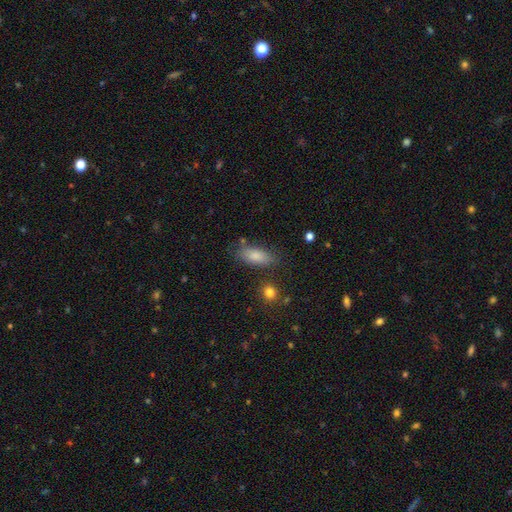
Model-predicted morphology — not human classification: Smooth or featured? Predicted: smooth (p=0.83). How rounded? Predicted: in between (p=0.84). Merging? Predicted: none (p=0.70).